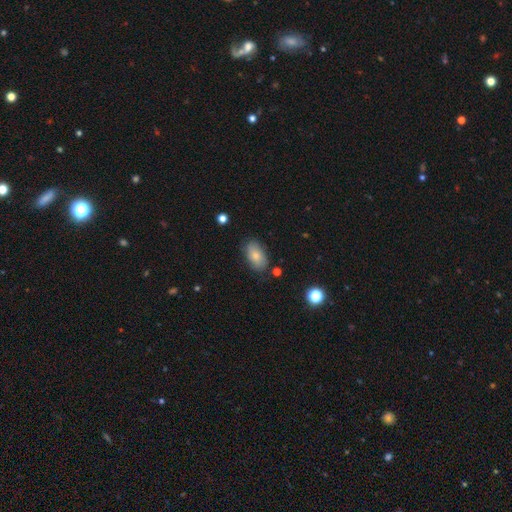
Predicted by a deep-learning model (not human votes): smooth 75%, featured or disk 16%, star or artifact 9%. Down the decision tree: how rounded — in between (91%); merging — none (79%).